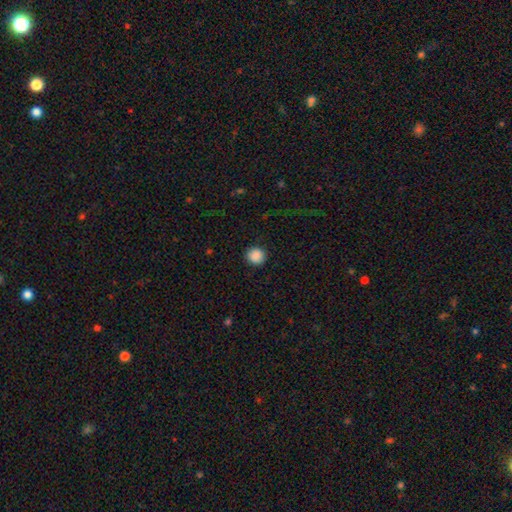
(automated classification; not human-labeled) A smooth galaxy with no disk features (89%) that is round (90%). Merging: none (90%).